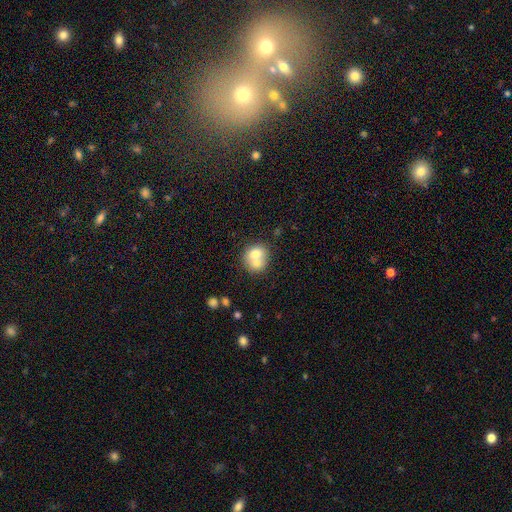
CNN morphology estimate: smooth-or-featured: smooth: 68% | featured or disk: 23% | star or artifact: 9%
  how-rounded: round: 71% | in between: 28% | cigar-shaped: 1%
  merging: merger: 61% | none: 29% | minor disturbance: 7% | major disturbance: 3%